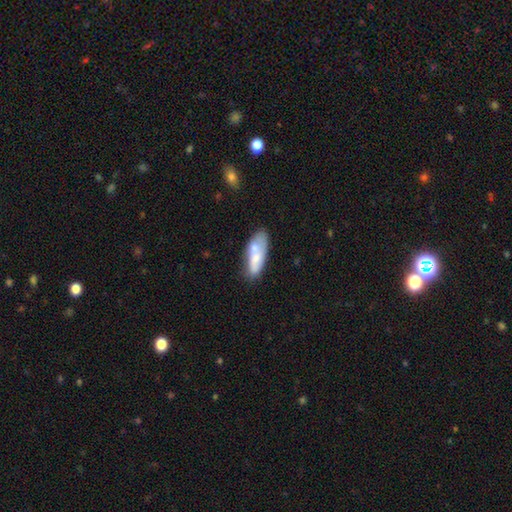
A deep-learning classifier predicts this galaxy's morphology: smooth_or_featured: smooth (p=0.62) [alt: featured or disk p=0.31]
how_rounded: in between (p=0.67) [alt: cigar-shaped p=0.31]
merging: none (p=0.50) [alt: minor disturbance p=0.22]